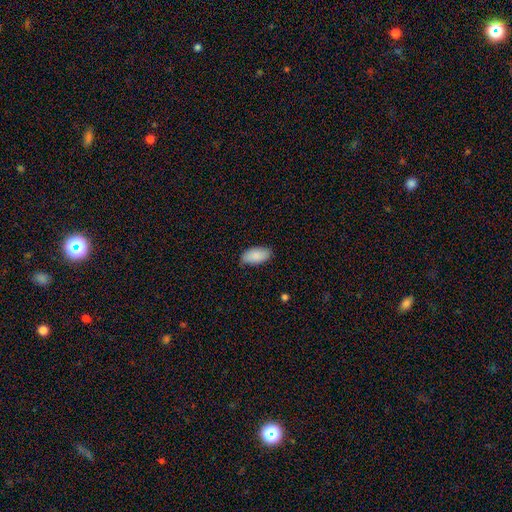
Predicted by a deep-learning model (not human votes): Smooth or featured? smooth (88%)
How rounded? in between (94%)
Merging? none (78%)